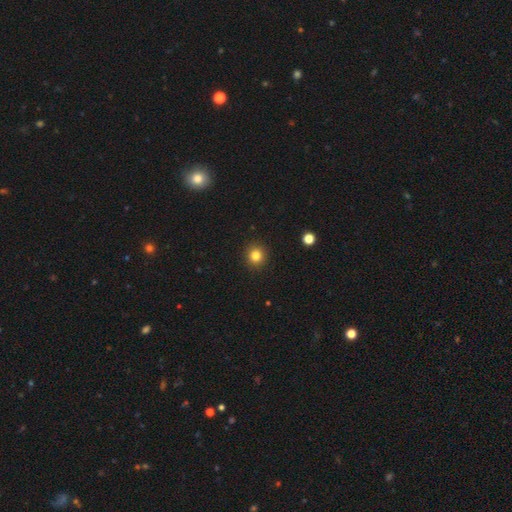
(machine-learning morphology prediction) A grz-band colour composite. It shows a smooth galaxy with no disk features (82%) that is round (91%). Merging: none (92%).